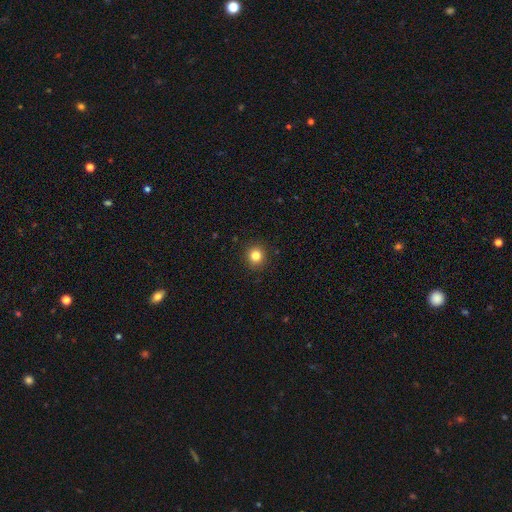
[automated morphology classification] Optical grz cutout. It shows a smooth galaxy with no disk features (83%) that is round (89%). Merging: none (91%).